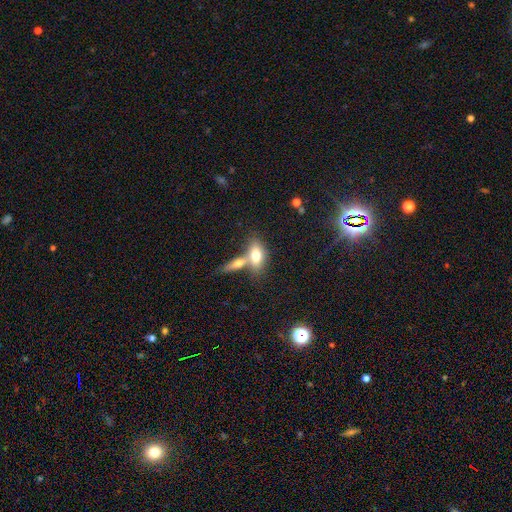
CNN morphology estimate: Q: Smooth or featured?
A: smooth (70%); runner-up: featured or disk (23%)
Q: How rounded?
A: in between (80%); runner-up: cigar-shaped (14%)
Q: Merging?
A: merger (52%); runner-up: none (35%)